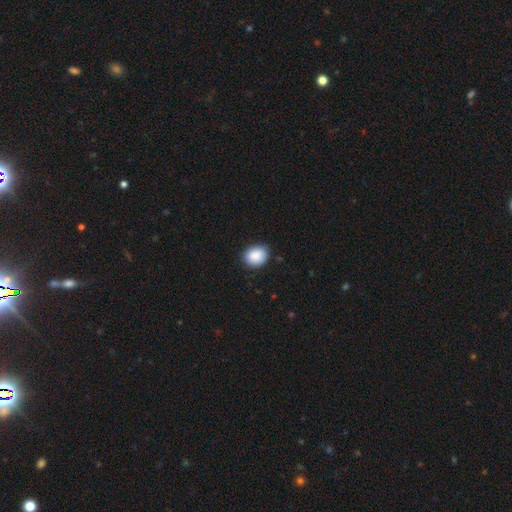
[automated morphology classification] smooth_or_featured: smooth (p=0.89) [alt: star or artifact p=0.07]
how_rounded: in between (p=0.51) [alt: round p=0.48]
merging: none (p=0.82) [alt: minor disturbance p=0.14]